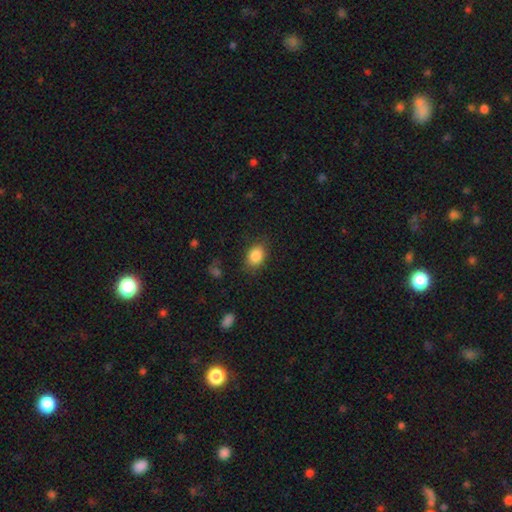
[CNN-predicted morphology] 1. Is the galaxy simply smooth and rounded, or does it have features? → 86% smooth, 9% star or artifact, 6% featured or disk.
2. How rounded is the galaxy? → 75% in between, 23% round, 1% cigar-shaped.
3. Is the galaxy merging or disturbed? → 81% none, 13% minor disturbance, 4% major disturbance, 1% merger.